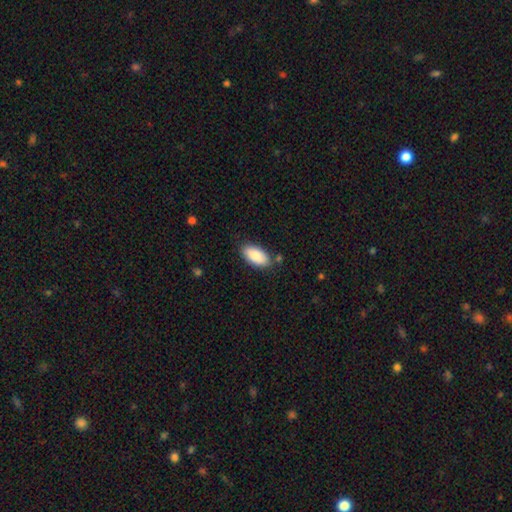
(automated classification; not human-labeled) Overall: smooth (89%). How rounded: in between (93%). Merging: none (80%).